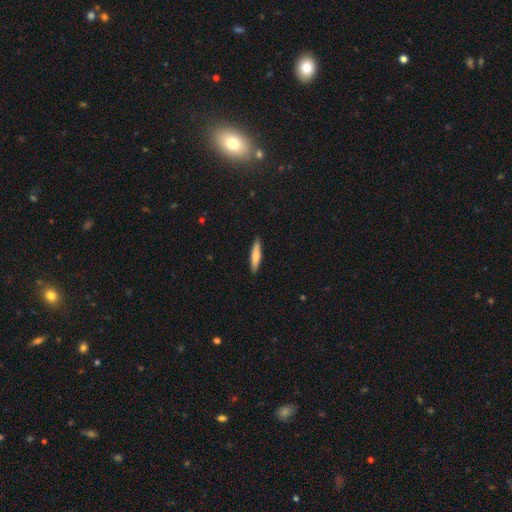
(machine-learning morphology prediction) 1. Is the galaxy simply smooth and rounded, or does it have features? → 70% smooth, 24% featured or disk, 5% star or artifact.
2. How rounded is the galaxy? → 83% cigar-shaped, 15% in between, 2% round.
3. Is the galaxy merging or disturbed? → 89% none, 8% minor disturbance, 2% major disturbance, 1% merger.